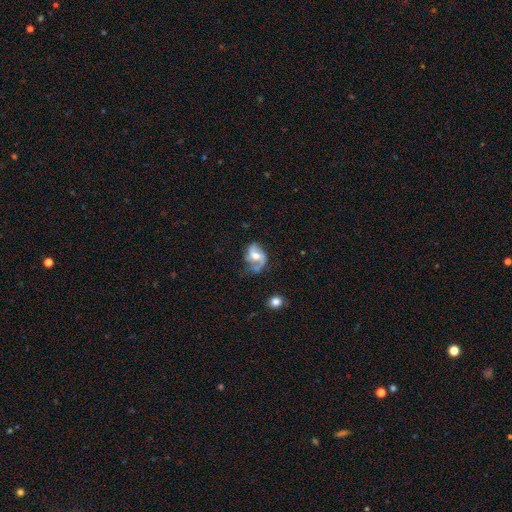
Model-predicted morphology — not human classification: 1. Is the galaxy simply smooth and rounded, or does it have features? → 75% featured or disk, 18% smooth, 7% star or artifact.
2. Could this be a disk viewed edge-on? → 97% no, 3% yes.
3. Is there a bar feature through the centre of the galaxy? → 42% weak, 40% no, 18% strong.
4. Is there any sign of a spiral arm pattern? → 90% yes, 10% no.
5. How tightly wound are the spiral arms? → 51% loose, 37% medium, 12% tight.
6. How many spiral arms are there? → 82% 2, 9% 1, 5% can't tell, 1% 3, 1% 4, 1% more than 4.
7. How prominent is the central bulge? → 66% moderate, 23% small, 8% large, 2% none, 1% dominant.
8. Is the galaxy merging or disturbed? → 50% none, 28% minor disturbance, 18% major disturbance, 4% merger.